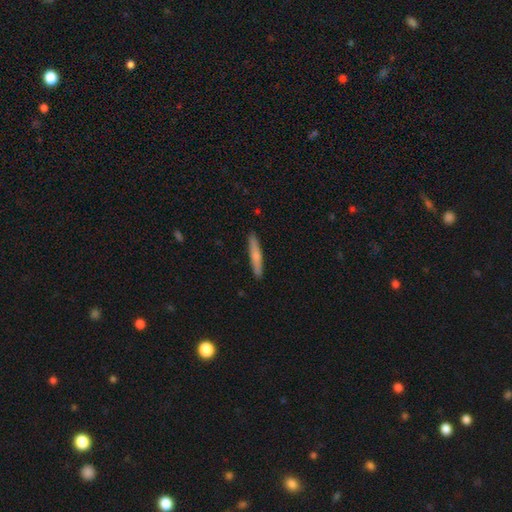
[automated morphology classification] Overall: smooth (68%). How rounded: cigar-shaped (93%). Merging: none (90%).